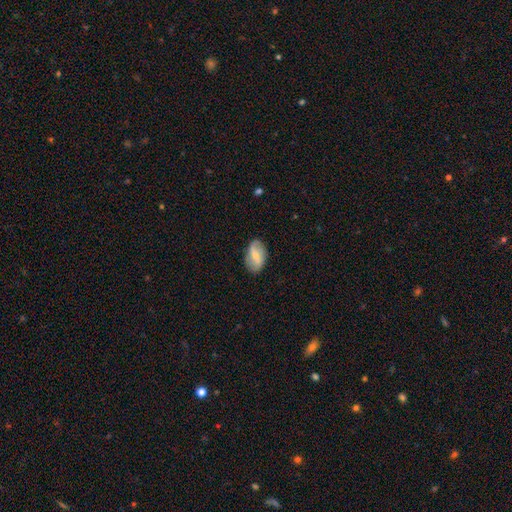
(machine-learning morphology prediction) The model was most divided on "smooth or featured": featured or disk: 53%, smooth: 40%, star or artifact: 7%. More confident: edge-on disk — no (94%); merging — none (80%).